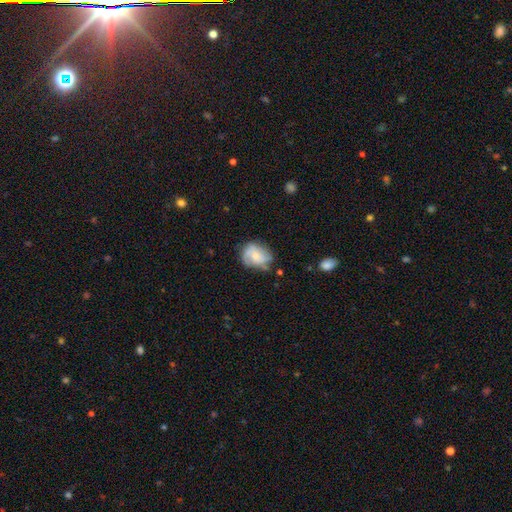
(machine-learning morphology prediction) This appears to be a featured or disk galaxy (53%) with no bar (72%), spiral arms (80%) and a small central bulge (54%). Merging: none (57%).